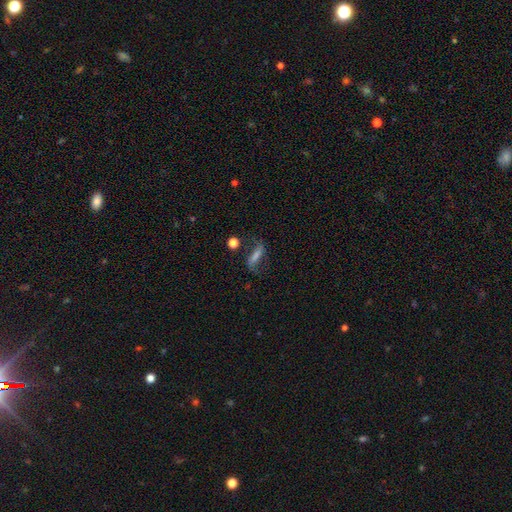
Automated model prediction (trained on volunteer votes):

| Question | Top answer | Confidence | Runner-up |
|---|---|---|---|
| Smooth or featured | featured or disk | 56% | smooth (29%) |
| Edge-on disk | no | 80% | yes (20%) |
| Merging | none | 62% | minor disturbance (18%) |